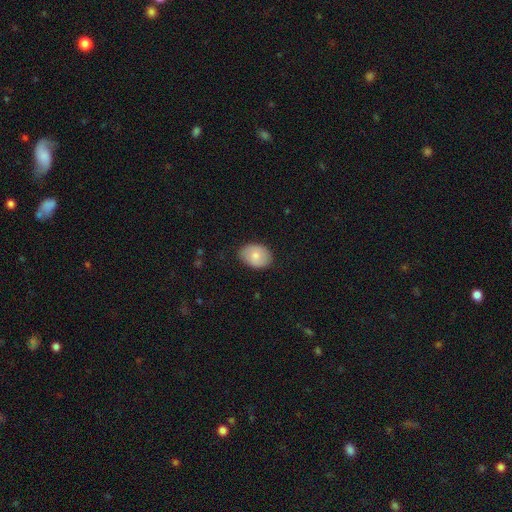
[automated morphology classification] Smooth or featured?
  - smooth: 77% *
  - featured or disk: 17%
  - star or artifact: 6%
How rounded?
  - in between: 70% *
  - round: 29%
  - cigar-shaped: 1%
Merging?
  - none: 81% *
  - minor disturbance: 15%
  - major disturbance: 3%
  - merger: 1%